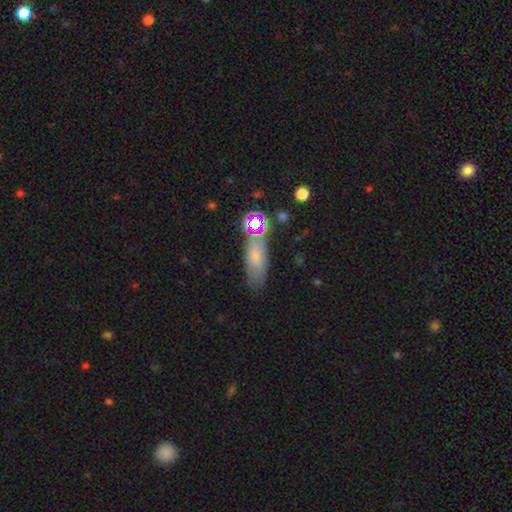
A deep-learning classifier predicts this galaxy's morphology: Q: Smooth or featured?
A: smooth (66%); runner-up: featured or disk (18%)
Q: How rounded?
A: in between (69%); runner-up: cigar-shaped (25%)
Q: Merging?
A: none (64%); runner-up: minor disturbance (20%)